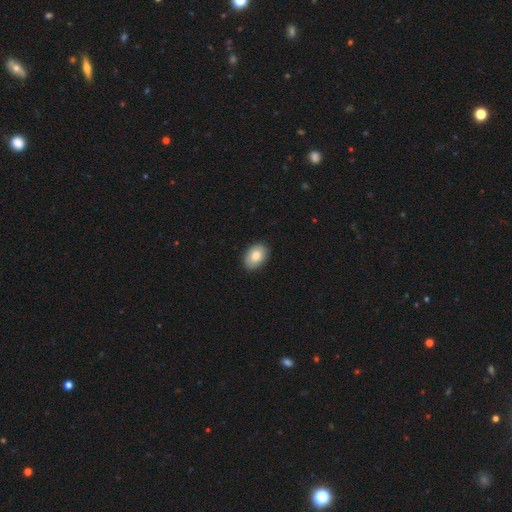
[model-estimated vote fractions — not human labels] Smooth or featured?
  - smooth: 82% *
  - featured or disk: 12%
  - star or artifact: 7%
How rounded?
  - in between: 84% *
  - round: 15%
  - cigar-shaped: 1%
Merging?
  - none: 87% *
  - minor disturbance: 10%
  - major disturbance: 2%
  - merger: 1%